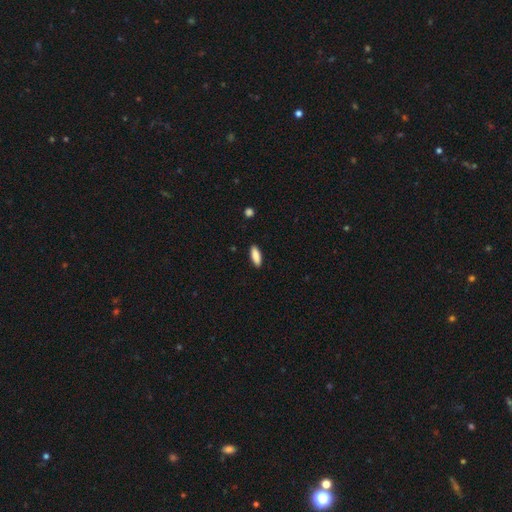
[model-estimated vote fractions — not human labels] smooth-or-featured: smooth: 87% | featured or disk: 7% | star or artifact: 6%
  how-rounded: in between: 57% | cigar-shaped: 41% | round: 2%
  merging: none: 89% | minor disturbance: 8% | major disturbance: 2% | merger: 1%